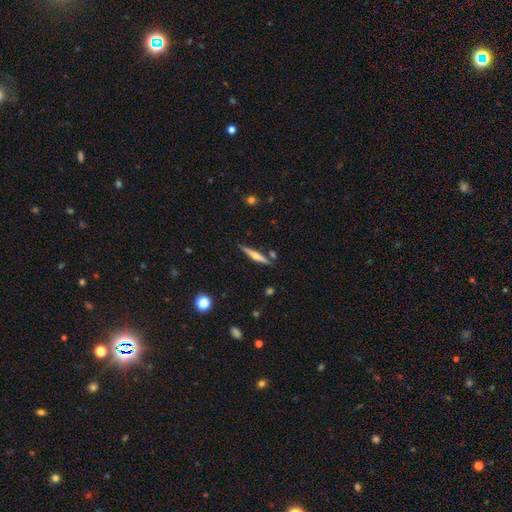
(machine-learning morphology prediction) type=featured or disk (62%); edge-on=yes (97%); edge-on bulge=rounded (82%); merging=none (83%).